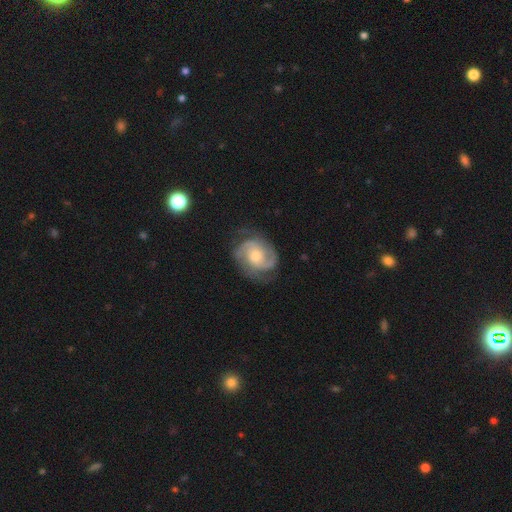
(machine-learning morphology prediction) Smooth or featured? Predicted: featured or disk (p=0.85). Edge-on disk? Predicted: no (p=0.98). Bar? Predicted: no (p=0.67). Spiral arms? Predicted: yes (p=0.96). Spiral winding? Predicted: medium (p=0.45). Spiral arm count? Predicted: 2 (p=0.67). Bulge size? Predicted: moderate (p=0.58). Merging? Predicted: none (p=0.72).